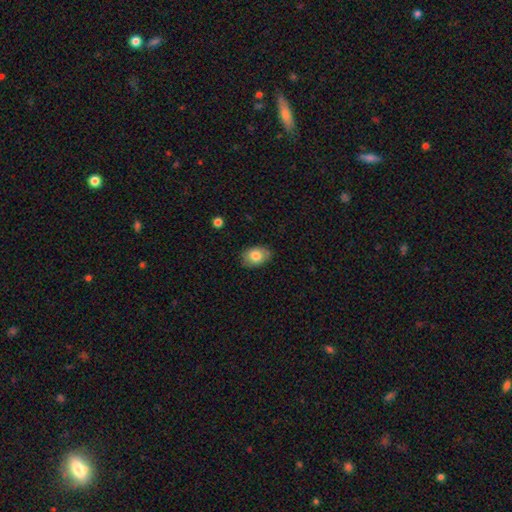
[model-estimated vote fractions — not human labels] Q: Smooth or featured?
A: smooth (80%); runner-up: featured or disk (12%)
Q: How rounded?
A: in between (78%); runner-up: round (21%)
Q: Merging?
A: none (82%); runner-up: minor disturbance (14%)